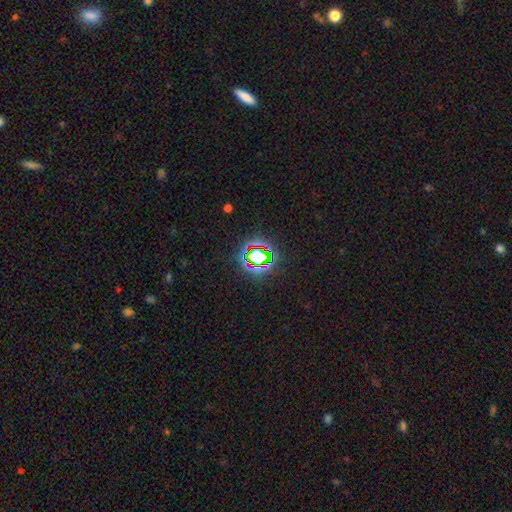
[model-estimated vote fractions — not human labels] Smooth or featured?
  - star or artifact: 69% *
  - smooth: 19%
  - featured or disk: 11%